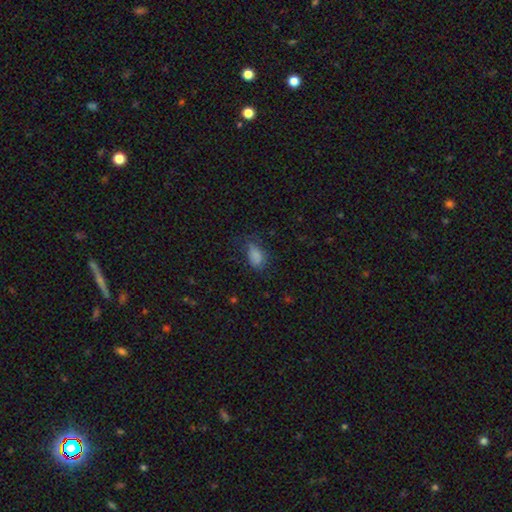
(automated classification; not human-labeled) Smooth or featured?
  - smooth: 81% *
  - star or artifact: 11%
  - featured or disk: 8%
How rounded?
  - in between: 90% *
  - round: 7%
  - cigar-shaped: 3%
Merging?
  - none: 56% *
  - minor disturbance: 28%
  - major disturbance: 15%
  - merger: 2%